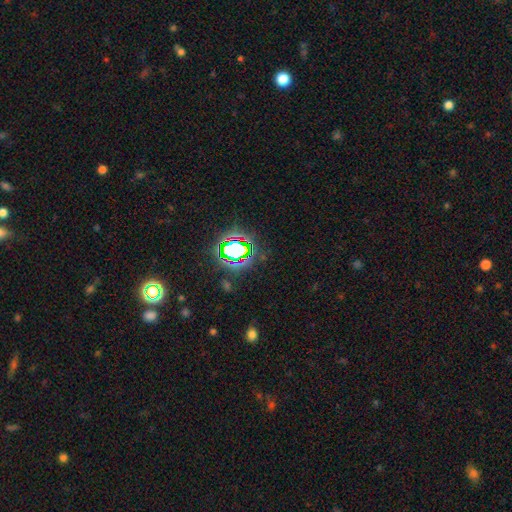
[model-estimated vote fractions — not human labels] This is likely a star or artifact rather than a galaxy (78%).